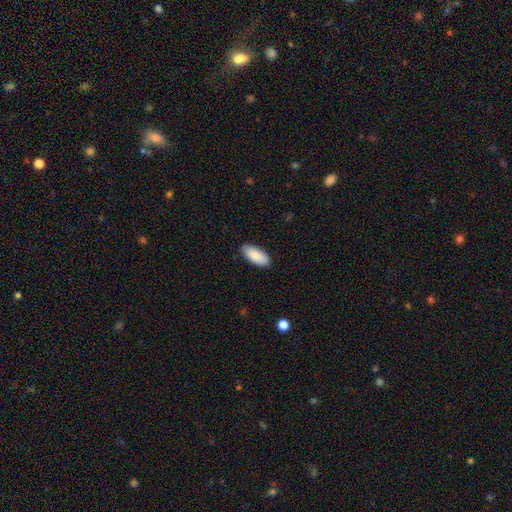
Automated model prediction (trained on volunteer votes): Smooth or featured: smooth — 87% (featured or disk — 7%)
How rounded: in between — 89% (cigar-shaped — 9%)
Merging: none — 86% (minor disturbance — 11%)